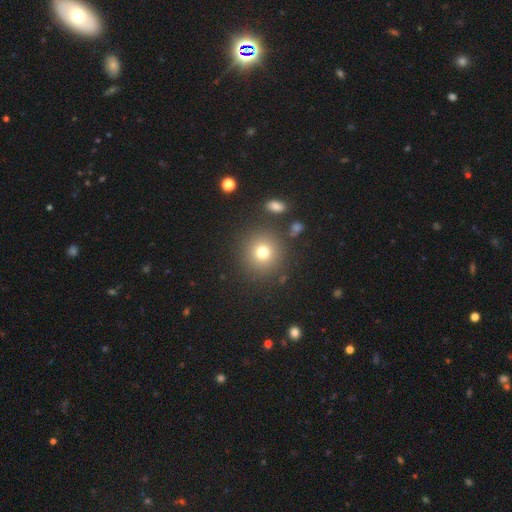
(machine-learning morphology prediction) A smooth galaxy with no disk features (56%) that is round (93%). Merging: none (85%).